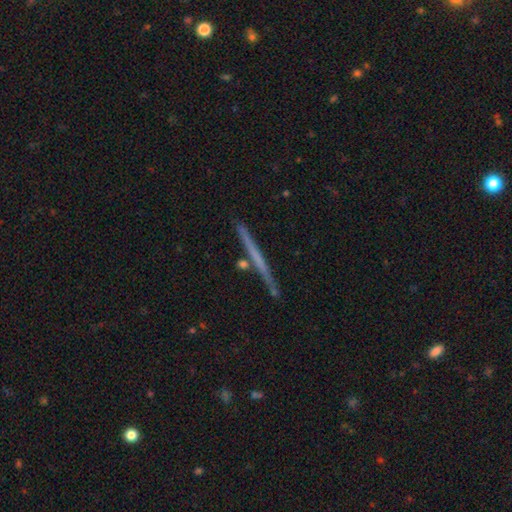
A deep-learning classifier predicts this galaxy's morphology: Smooth or featured?
  - featured or disk: 58% *
  - smooth: 37%
  - star or artifact: 6%
Edge-on disk?
  - yes: 98% *
  - no: 2%
Edge-on bulge?
  - none: 88% *
  - rounded: 8%
  - boxy: 4%
Merging?
  - none: 88% *
  - minor disturbance: 7%
  - merger: 3%
  - major disturbance: 1%